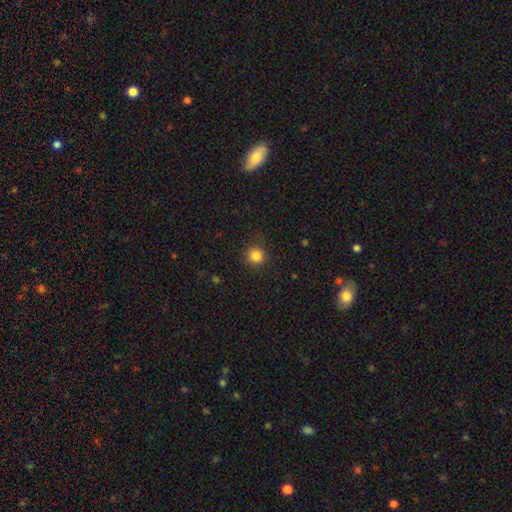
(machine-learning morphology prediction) This appears to be a smooth galaxy with no disk features (84%) that is round (94%). Merging: none (87%).